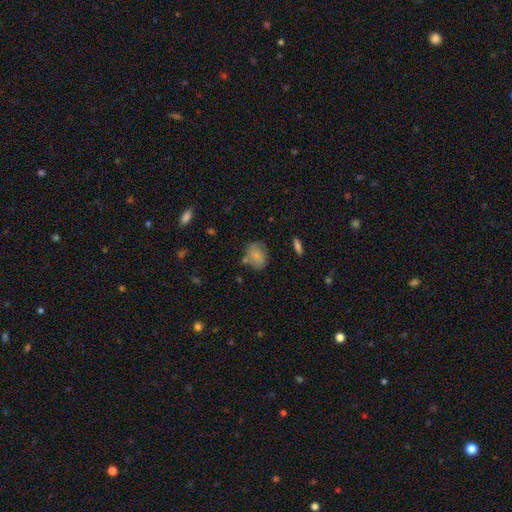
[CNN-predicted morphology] smooth-or-featured: smooth: 74% | featured or disk: 17% | star or artifact: 9%
  how-rounded: in between: 57% | round: 42% | cigar-shaped: 1%
  merging: none: 55% | minor disturbance: 26% | merger: 10% | major disturbance: 10%